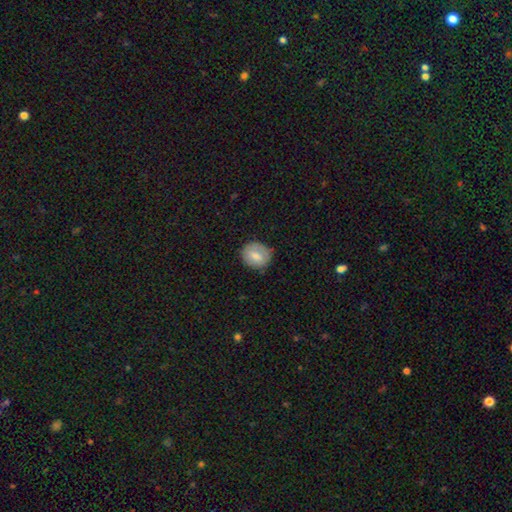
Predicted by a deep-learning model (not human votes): Smooth or featured?
  - smooth: 77% *
  - featured or disk: 16%
  - star or artifact: 7%
How rounded?
  - round: 71% *
  - in between: 28%
  - cigar-shaped: 1%
Merging?
  - none: 77% *
  - minor disturbance: 17%
  - major disturbance: 4%
  - merger: 1%